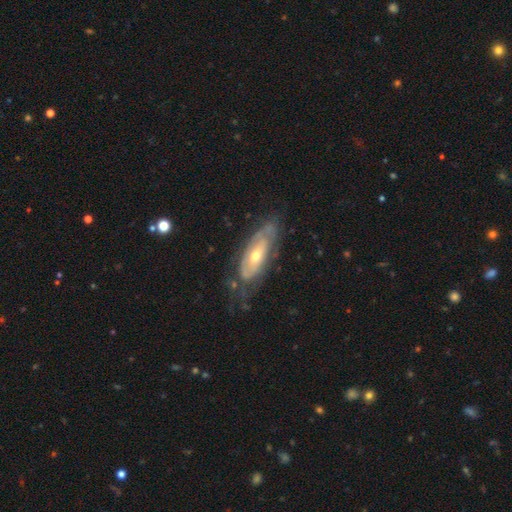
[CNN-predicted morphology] smooth_or_featured: featured or disk (p=0.72) [alt: smooth p=0.22]
disk_edge_on: no (p=0.83) [alt: yes p=0.17]
bar: no (p=0.72) [alt: weak p=0.21]
has_spiral_arms: yes (p=0.65) [alt: no p=0.35]
bulge_size: moderate (p=0.56) [alt: small p=0.39]
merging: none (p=0.62) [alt: minor disturbance p=0.24]